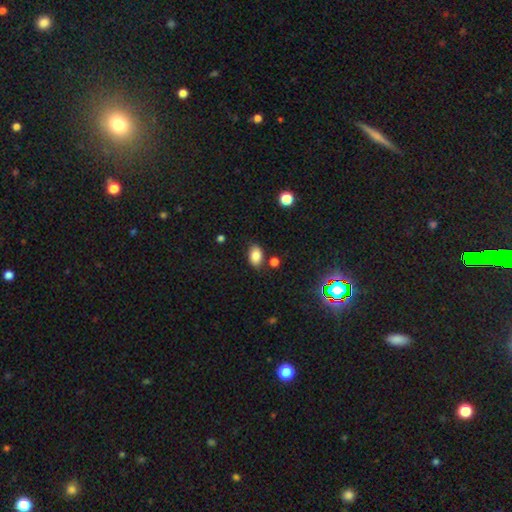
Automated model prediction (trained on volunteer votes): A smooth galaxy with no disk features (84%) that is in between round and cigar-shaped (86%). Merging: none (78%).